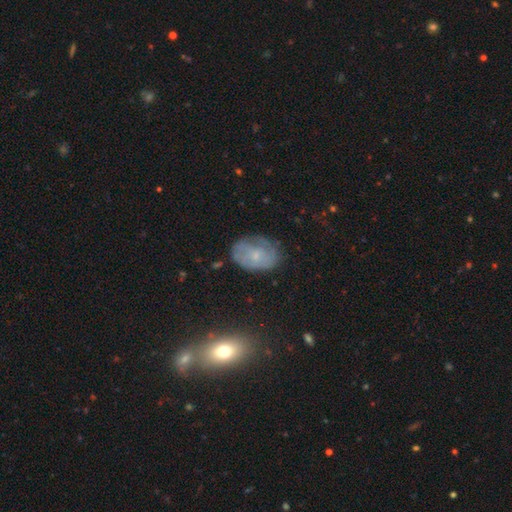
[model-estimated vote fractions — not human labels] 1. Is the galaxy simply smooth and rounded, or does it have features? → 49% featured or disk, 41% smooth, 9% star or artifact.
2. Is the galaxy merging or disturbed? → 64% none, 25% minor disturbance, 10% major disturbance, 2% merger.